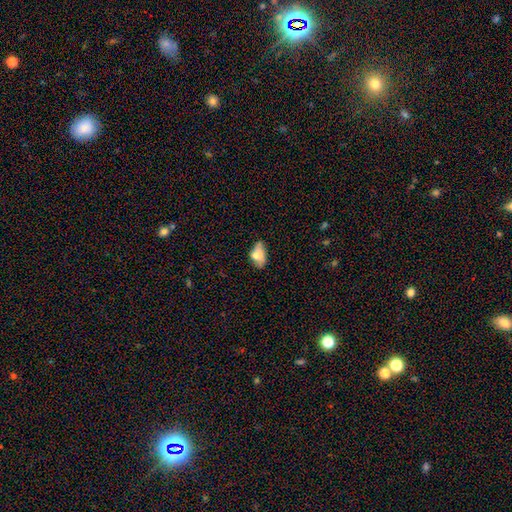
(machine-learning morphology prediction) Q: Smooth or featured?
A: smooth (66%); runner-up: featured or disk (25%)
Q: How rounded?
A: in between (90%); runner-up: round (7%)
Q: Merging?
A: none (41%); runner-up: minor disturbance (37%)